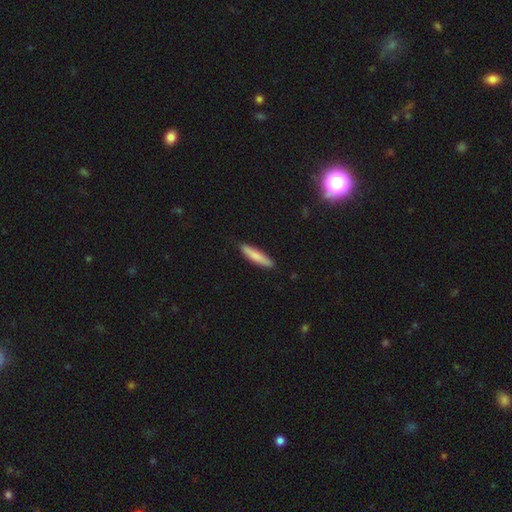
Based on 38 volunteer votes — smooth_or_featured: smooth (p=0.84) [alt: featured or disk p=0.11]
how_rounded: cigar-shaped (p=0.91) [alt: in between p=0.06]
merging: none (p=0.89) [alt: minor disturbance p=0.06]